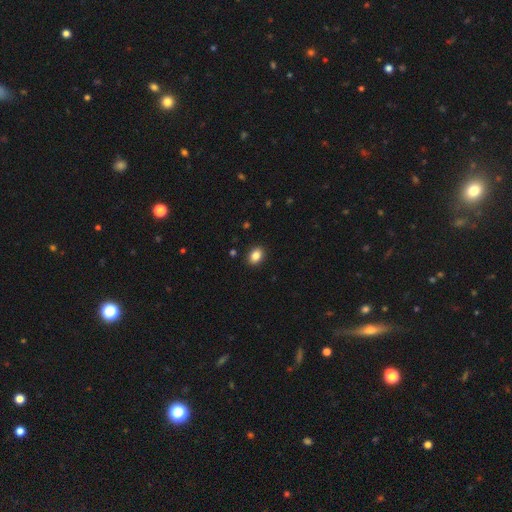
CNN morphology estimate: Smooth or featured? smooth (86%)
How rounded? in between (72%)
Merging? none (90%)